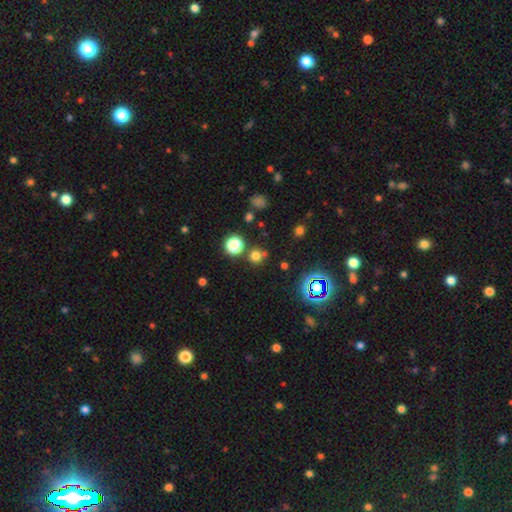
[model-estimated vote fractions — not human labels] smooth_or_featured: smooth (p=0.65) [alt: star or artifact p=0.29]
how_rounded: round (p=0.91) [alt: in between p=0.08]
merging: none (p=0.76) [alt: merger p=0.12]